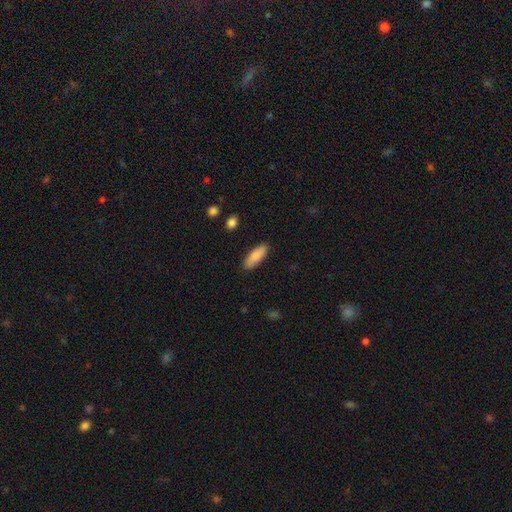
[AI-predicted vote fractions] smooth 85%, featured or disk 9%, star or artifact 6%. Down the decision tree: how rounded — in between (56%); merging — none (88%).